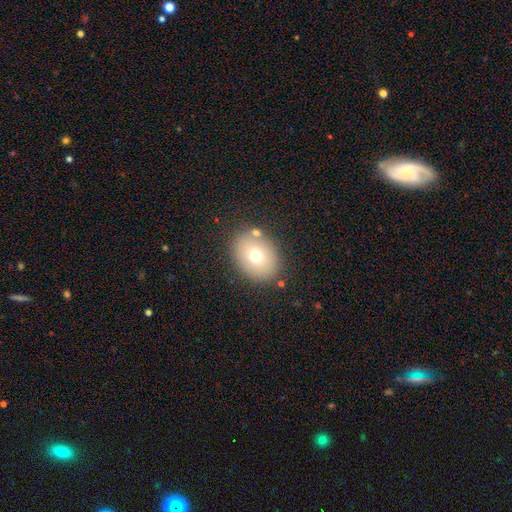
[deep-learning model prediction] Smooth or featured?
  - smooth: 70% *
  - featured or disk: 19%
  - star or artifact: 12%
How rounded?
  - in between: 58% *
  - round: 41%
  - cigar-shaped: 1%
Merging?
  - none: 82% *
  - minor disturbance: 10%
  - merger: 5%
  - major disturbance: 3%